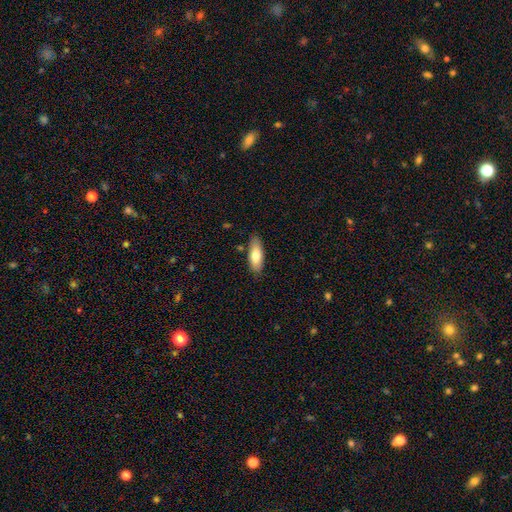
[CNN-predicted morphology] The model was most divided on "how rounded": in between: 72%, cigar-shaped: 26%, round: 2%. More confident: merging — none (83%); smooth or featured — smooth (77%).